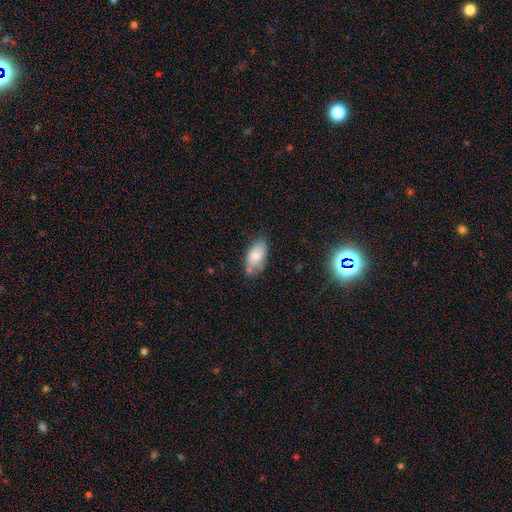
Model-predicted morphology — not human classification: Q: Smooth or featured?
A: smooth (78%); runner-up: featured or disk (14%)
Q: How rounded?
A: in between (93%); runner-up: cigar-shaped (4%)
Q: Merging?
A: none (60%); runner-up: minor disturbance (27%)